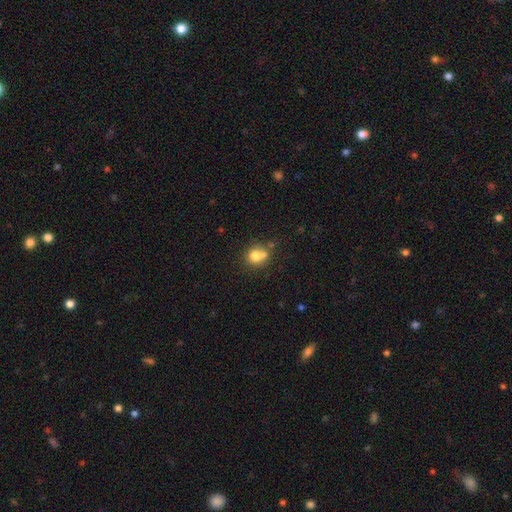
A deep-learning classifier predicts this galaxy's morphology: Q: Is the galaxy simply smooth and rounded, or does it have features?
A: smooth — 75%.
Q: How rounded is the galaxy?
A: round — 77%.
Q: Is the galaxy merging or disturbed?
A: none — 48%.